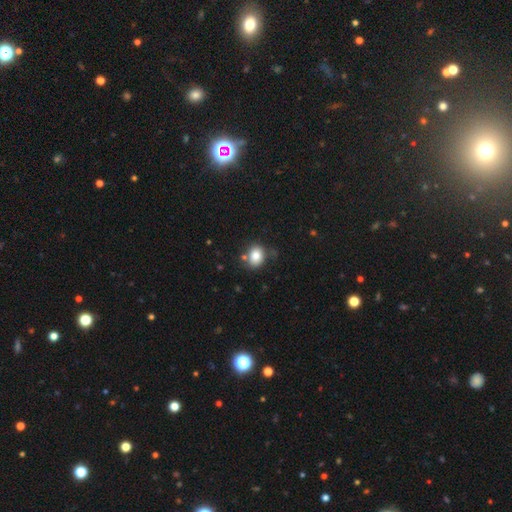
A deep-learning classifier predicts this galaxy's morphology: smooth-or-featured: smooth: 82% | star or artifact: 10% | featured or disk: 8%
  how-rounded: in between: 51% | round: 48% | cigar-shaped: 1%
  merging: none: 71% | minor disturbance: 17% | merger: 8% | major disturbance: 5%